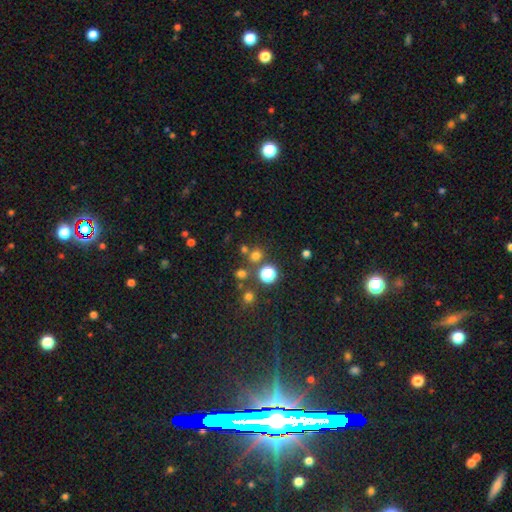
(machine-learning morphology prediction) type=smooth (65%); roundness=round (87%); merging=none (74%).